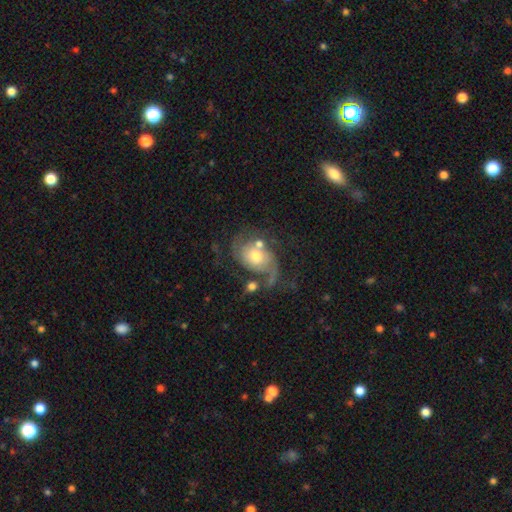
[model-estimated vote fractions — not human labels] smooth-or-featured: featured or disk: 74% | smooth: 19% | star or artifact: 7%
  disk-edge-on: no: 97% | yes: 3%
    bar: no: 71% | weak: 24% | strong: 5%
    has-spiral-arms: yes: 89% | no: 11%
      spiral-winding: loose: 43% | medium: 38% | tight: 19%
      spiral-arm-count: 2: 63% | 1: 19% | can't tell: 10% | 3: 4% | 4: 2% | more than 4: 2%
    bulge-size: moderate: 65% | small: 22% | large: 9% | none: 2% | dominant: 2%
  merging: none: 39% | major disturbance: 26% | minor disturbance: 18% | merger: 16%